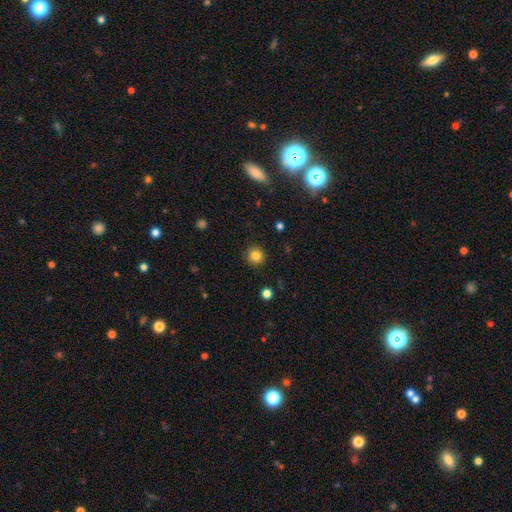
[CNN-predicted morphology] The model was most divided on "smooth or featured": smooth: 83%, star or artifact: 12%, featured or disk: 5%. More confident: how rounded — round (94%); merging — none (91%).